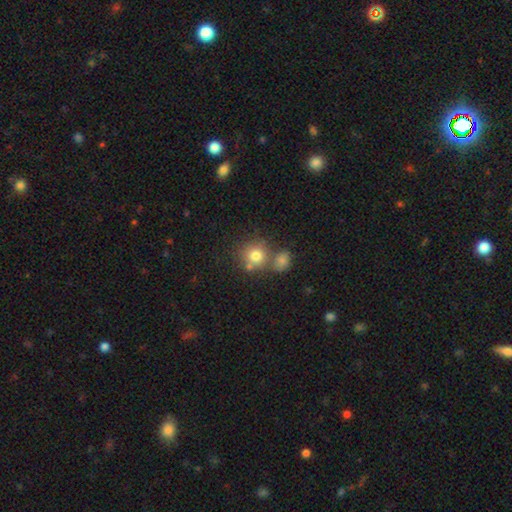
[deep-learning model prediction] smooth 77%, star or artifact 12%, featured or disk 11%. Down the decision tree: how rounded — round (86%); merging — none (53%).